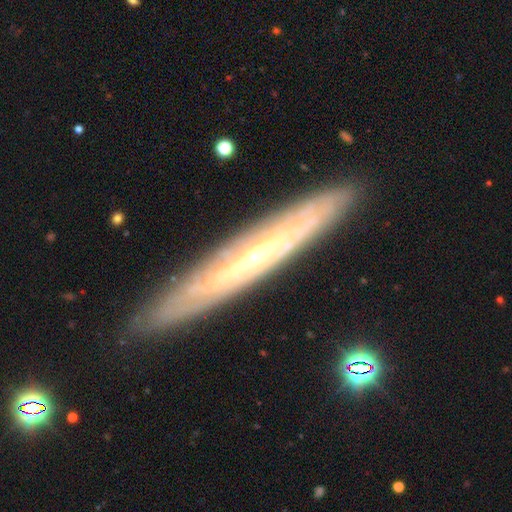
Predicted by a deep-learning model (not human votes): Morphology: type=featured or disk (79%); edge-on=yes (68%); edge-on bulge=none (50%); merging=none (86%).